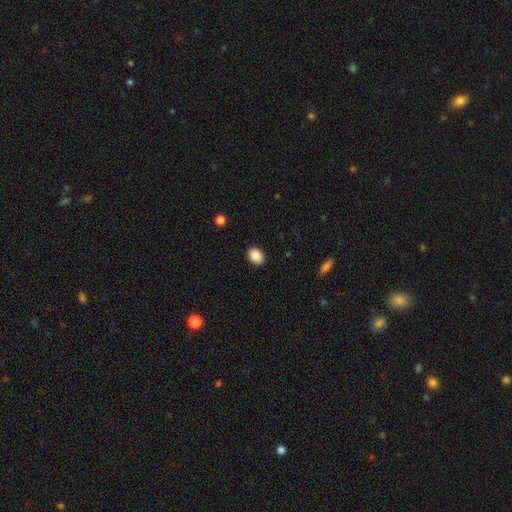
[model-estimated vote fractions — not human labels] Smooth or featured? Predicted: smooth (p=0.89). How rounded? Predicted: in between (p=0.62). Merging? Predicted: none (p=0.89).